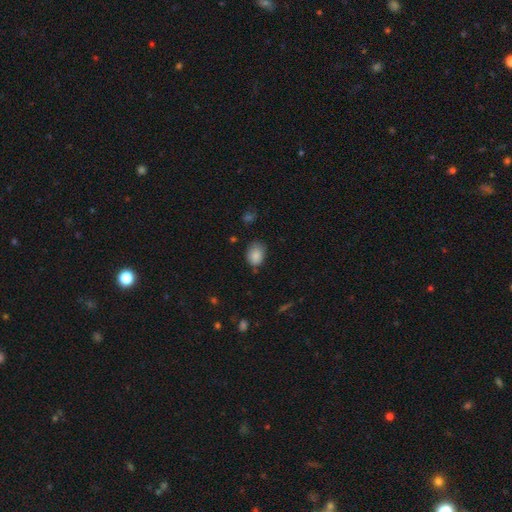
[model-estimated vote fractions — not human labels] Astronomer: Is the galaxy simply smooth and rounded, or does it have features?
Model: smooth — 86%.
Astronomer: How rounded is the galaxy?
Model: in between — 65%.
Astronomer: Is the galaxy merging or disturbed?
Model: none — 66%.